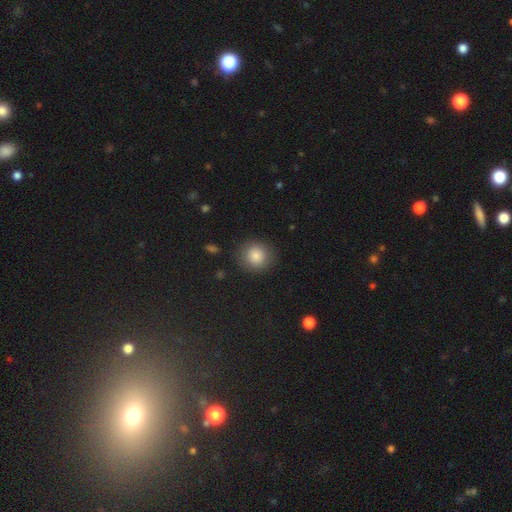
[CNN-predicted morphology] A smooth galaxy with no disk features (83%) that is round (88%). Merging: none (86%).